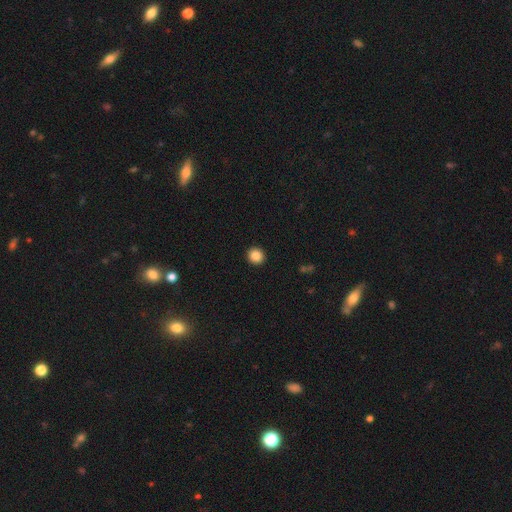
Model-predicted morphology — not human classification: smooth_or_featured: smooth (p=0.86) [alt: star or artifact p=0.10]
how_rounded: round (p=0.92) [alt: in between p=0.07]
merging: none (p=0.93) [alt: minor disturbance p=0.04]